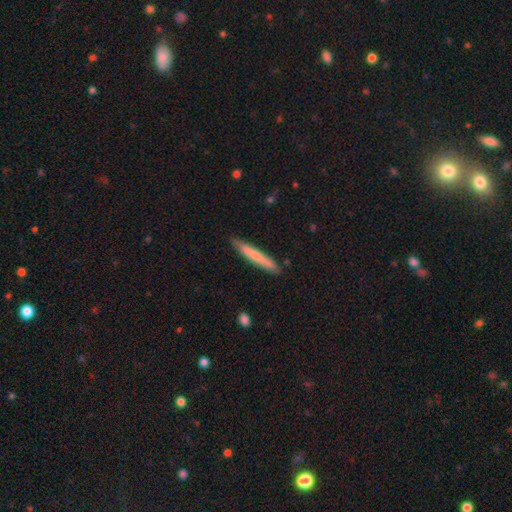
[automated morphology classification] smooth 68%, featured or disk 26%, star or artifact 6%. Down the decision tree: how rounded — cigar-shaped (96%); merging — none (87%).